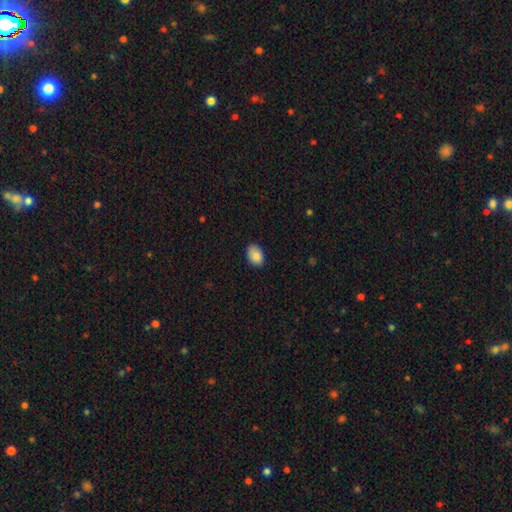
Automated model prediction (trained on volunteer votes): Smooth or featured? smooth (87%)
How rounded? in between (83%)
Merging? none (82%)